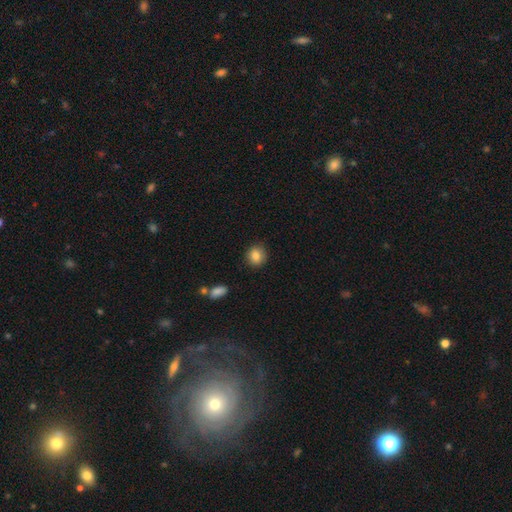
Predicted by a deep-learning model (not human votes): Smooth or featured? Predicted: smooth (p=0.86). How rounded? Predicted: round (p=0.81). Merging? Predicted: none (p=0.88).